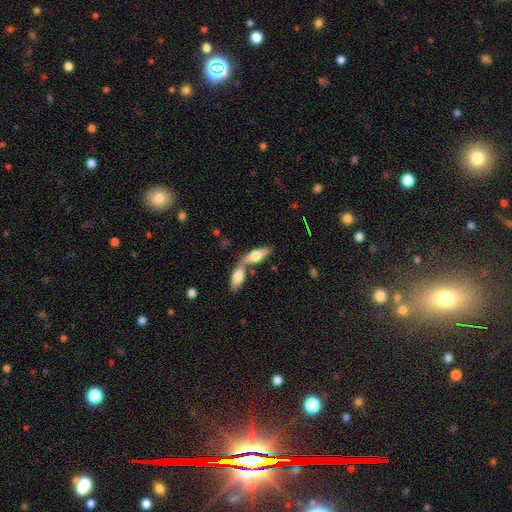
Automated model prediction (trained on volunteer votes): Smooth or featured? smooth (57%)
How rounded? in between (64%)
Merging? merger (54%)